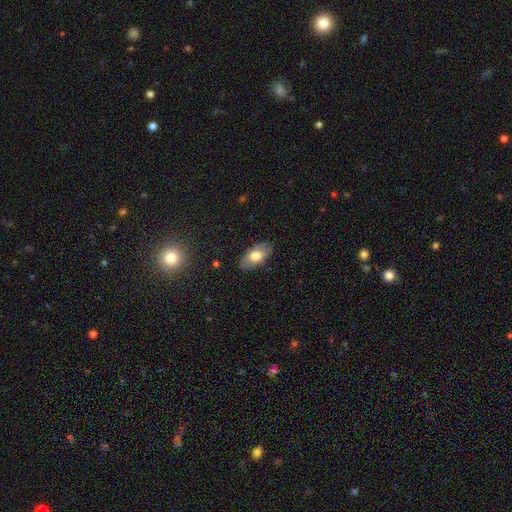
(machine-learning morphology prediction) A smooth galaxy with no disk features (73%) that is in between round and cigar-shaped (93%). Merging: none (84%).